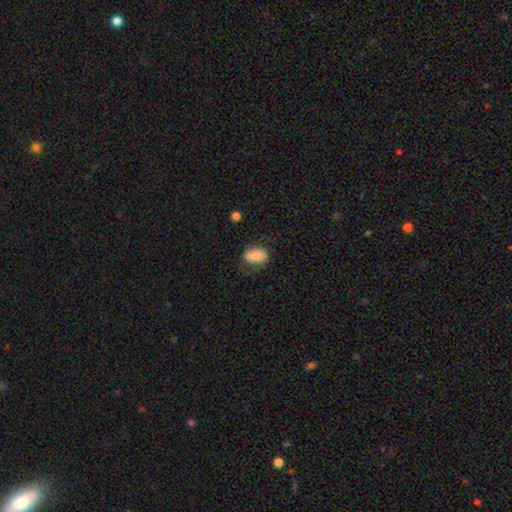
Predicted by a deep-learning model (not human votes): Morphology: type=smooth (74%); roundness=in between (89%); merging=none (53%).